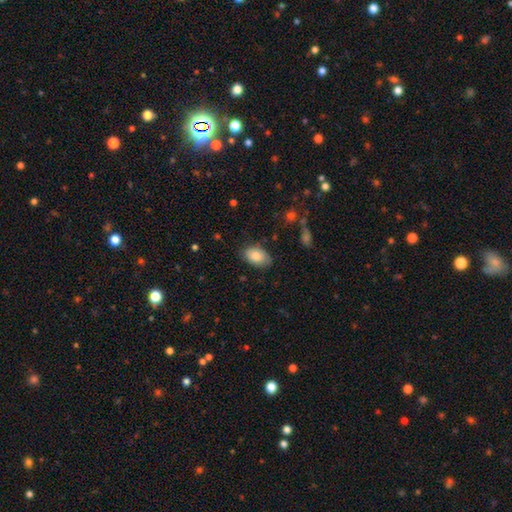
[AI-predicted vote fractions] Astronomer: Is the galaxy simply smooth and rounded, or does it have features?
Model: smooth — 81%.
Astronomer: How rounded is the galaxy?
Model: in between — 87%.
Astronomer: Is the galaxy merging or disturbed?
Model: none — 77%.